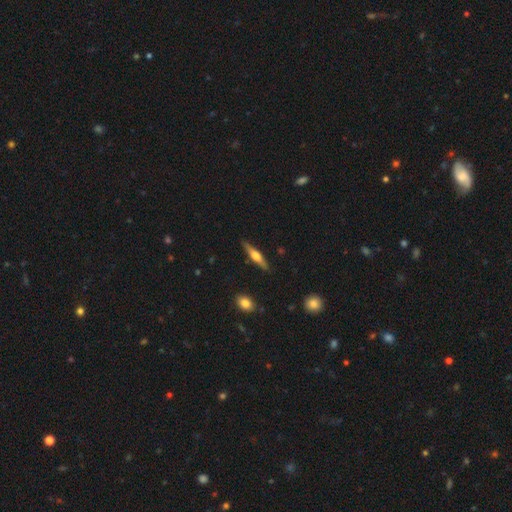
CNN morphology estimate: Smooth or featured? featured or disk (58%)
Edge-on disk? yes (96%)
Edge-on bulge? rounded (89%)
Merging? none (87%)